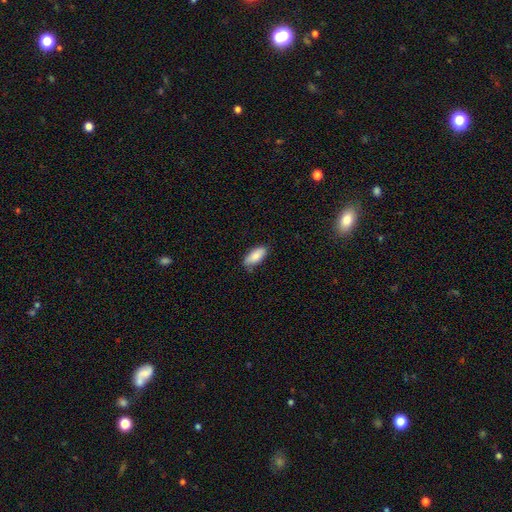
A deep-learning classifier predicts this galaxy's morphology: A smooth galaxy with no disk features (86%) that is in between round and cigar-shaped (85%).

Vote fractions:
- Smooth or featured? smooth: 86% / featured or disk: 8% / star or artifact: 6%
- How rounded? in between: 85% / cigar-shaped: 13% / round: 2%
- Merging? none: 73% / minor disturbance: 22% / major disturbance: 3% / merger: 2%